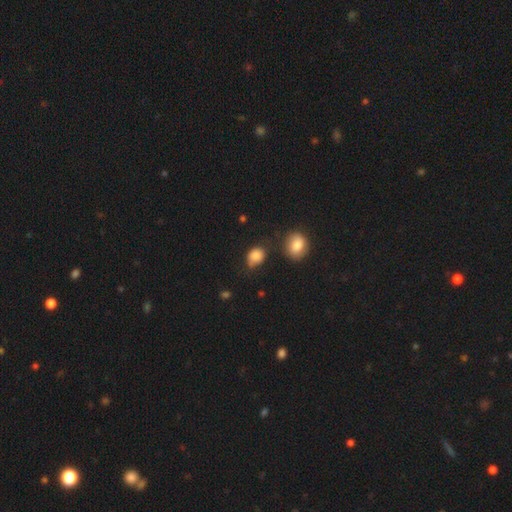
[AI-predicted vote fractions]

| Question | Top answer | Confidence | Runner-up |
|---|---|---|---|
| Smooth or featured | smooth | 82% | star or artifact (10%) |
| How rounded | in between | 55% | round (44%) |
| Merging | none | 46% | minor disturbance (37%) |